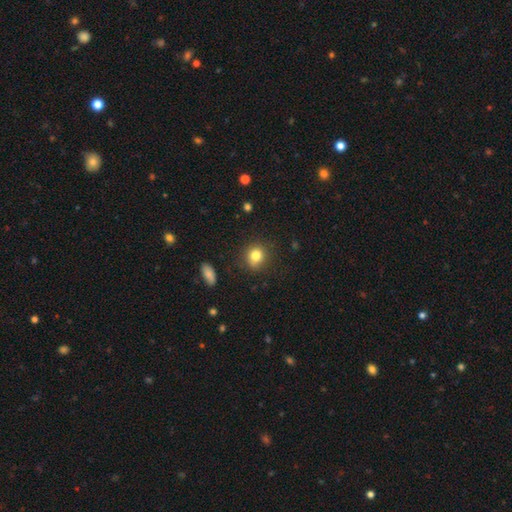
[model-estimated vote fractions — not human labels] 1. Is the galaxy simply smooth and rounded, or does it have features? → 82% smooth, 11% star or artifact, 7% featured or disk.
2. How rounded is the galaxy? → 76% round, 23% in between, 1% cigar-shaped.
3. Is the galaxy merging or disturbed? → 82% none, 13% minor disturbance, 4% major disturbance, 2% merger.